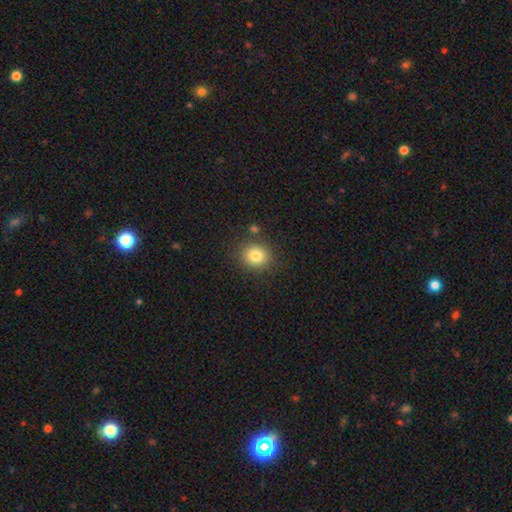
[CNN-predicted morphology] smooth_or_featured: smooth (p=0.81) [alt: star or artifact p=0.12]
how_rounded: round (p=0.82) [alt: in between p=0.17]
merging: none (p=0.83) [alt: minor disturbance p=0.09]